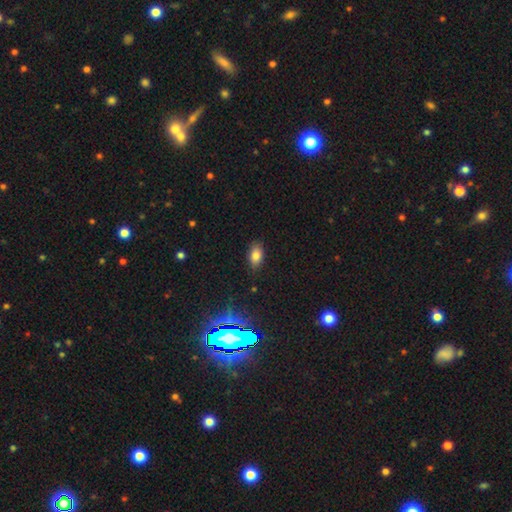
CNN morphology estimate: This is likely a smooth galaxy (79%). How rounded: clearly in between (89%). Merging: clearly none (84%).